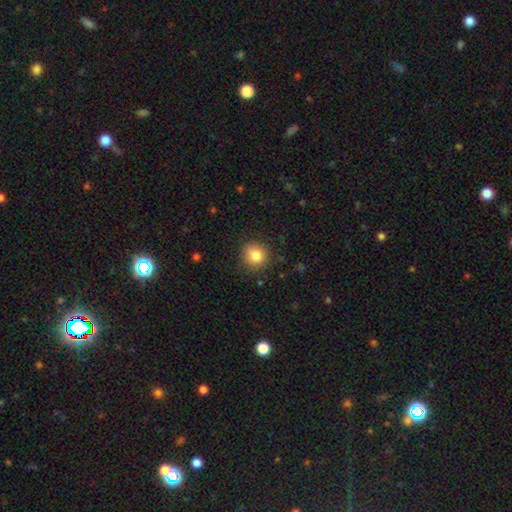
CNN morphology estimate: A smooth galaxy with no disk features (83%) that is round (90%).

Vote fractions:
- Smooth or featured? smooth: 83% / star or artifact: 10% / featured or disk: 7%
- How rounded? round: 90% / in between: 9% / cigar-shaped: 1%
- Merging? none: 86% / minor disturbance: 10% / major disturbance: 3% / merger: 1%